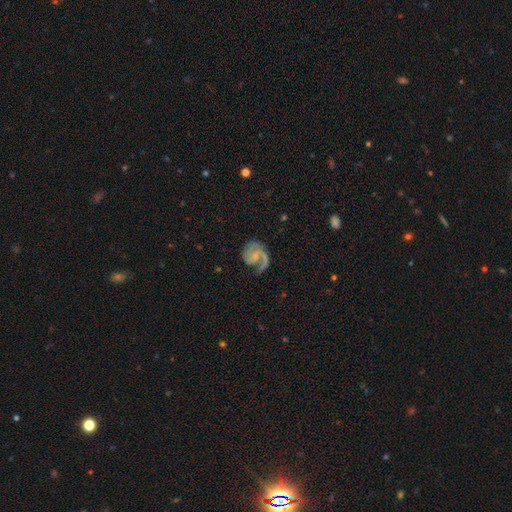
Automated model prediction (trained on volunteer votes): A featured or disk galaxy (85%) with no bar (57%), 2 (63%) medium (50%) spiral arms (96%) and a small central bulge (53%).

Vote fractions:
- Smooth or featured? featured or disk: 85% / smooth: 10% / star or artifact: 5%
- Edge-on disk? no: 98% / yes: 2%
- Bar? no: 57% / weak: 35% / strong: 8%
- Spiral arms? yes: 96% / no: 4%
- Spiral winding? medium: 50% / tight: 31% / loose: 19%
- Spiral arm count? 2: 63% / 1: 28% / can't tell: 4% / 3: 3% / 4: 1% / more than 4: 1%
- Bulge size? small: 53% / none: 27% / moderate: 18% / large: 2% / dominant: 1%
- Merging? none: 61% / minor disturbance: 20% / major disturbance: 17% / merger: 2%